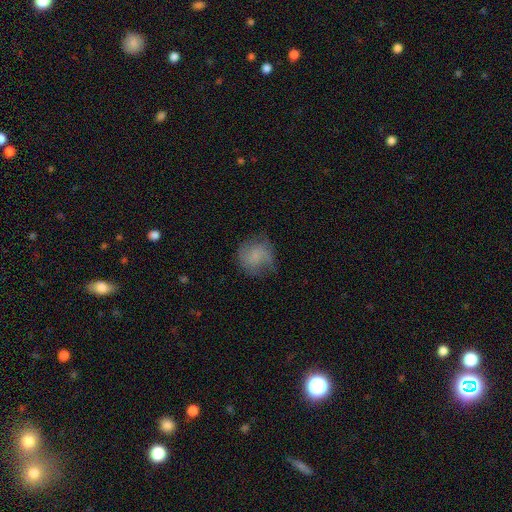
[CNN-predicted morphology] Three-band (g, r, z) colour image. It shows a smooth galaxy with no disk features (64%) that is round (80%). Merging: none (63%).